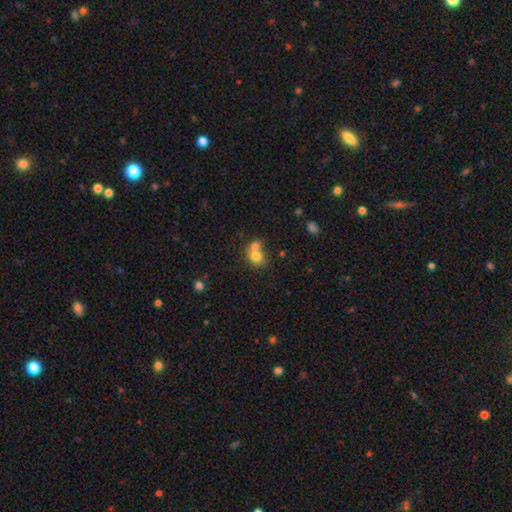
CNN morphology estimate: smooth_or_featured: smooth (p=0.75) [alt: featured or disk p=0.14]
how_rounded: round (p=0.66) [alt: in between p=0.33]
merging: merger (p=0.58) [alt: none p=0.31]